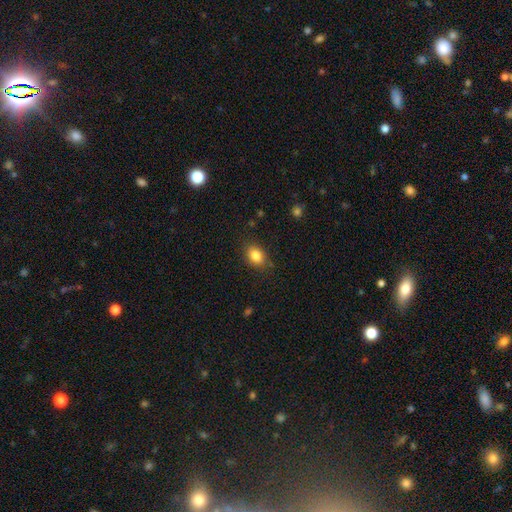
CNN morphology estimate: smooth 84%, star or artifact 9%, featured or disk 7%. Down the decision tree: how rounded — in between (73%); merging — none (82%).